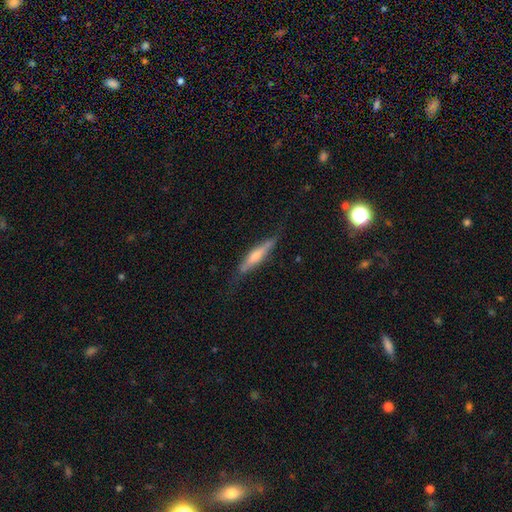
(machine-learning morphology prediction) smooth-or-featured: featured or disk: 54% | smooth: 40% | star or artifact: 6%
  disk-edge-on: yes: 93% | no: 7%
  merging: none: 76% | minor disturbance: 18% | major disturbance: 4% | merger: 1%